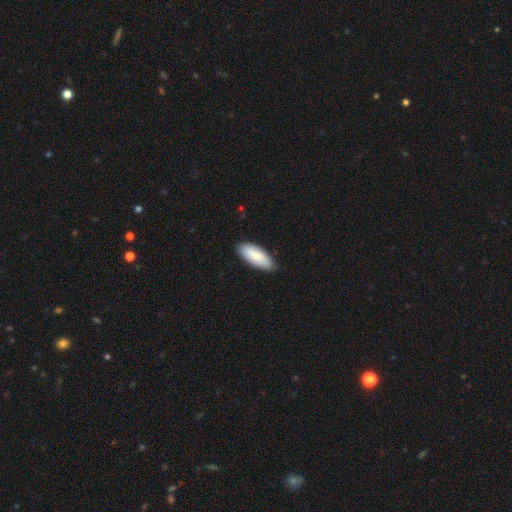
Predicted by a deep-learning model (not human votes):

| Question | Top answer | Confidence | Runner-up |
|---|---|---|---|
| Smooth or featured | smooth | 83% | featured or disk (11%) |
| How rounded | in between | 83% | cigar-shaped (15%) |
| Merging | none | 86% | minor disturbance (12%) |